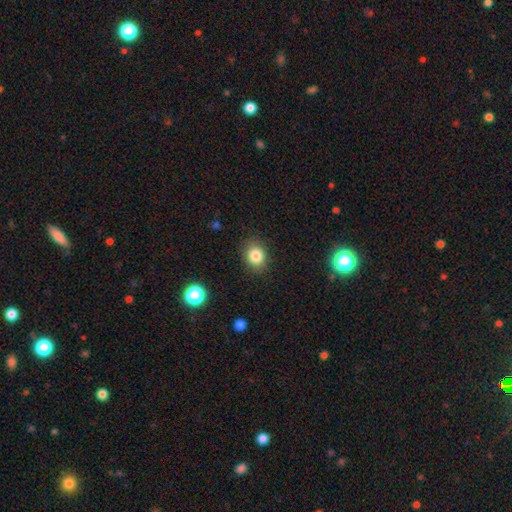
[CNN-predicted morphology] smooth_or_featured: smooth (p=0.84) [alt: star or artifact p=0.11]
how_rounded: round (p=0.62) [alt: in between p=0.37]
merging: none (p=0.86) [alt: minor disturbance p=0.10]